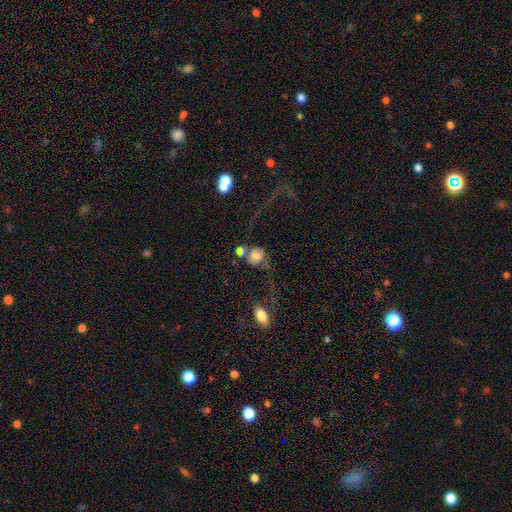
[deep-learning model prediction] This appears to be a smooth galaxy with no disk features (64%) that is round (76%). Merging: merger (36%).